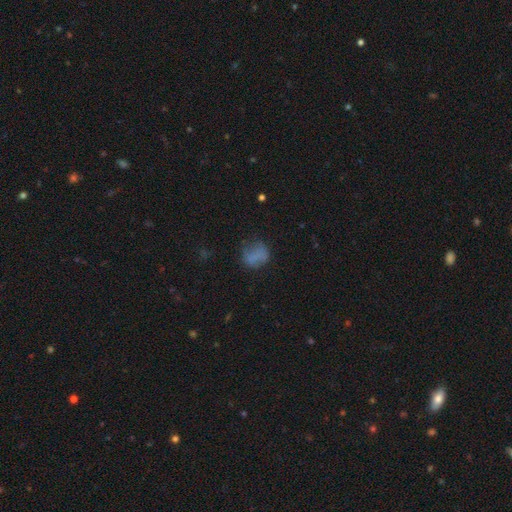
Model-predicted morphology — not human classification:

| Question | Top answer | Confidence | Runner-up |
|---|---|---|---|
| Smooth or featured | smooth | 71% | featured or disk (15%) |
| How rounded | round | 57% | in between (41%) |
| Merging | none | 54% | minor disturbance (26%) |